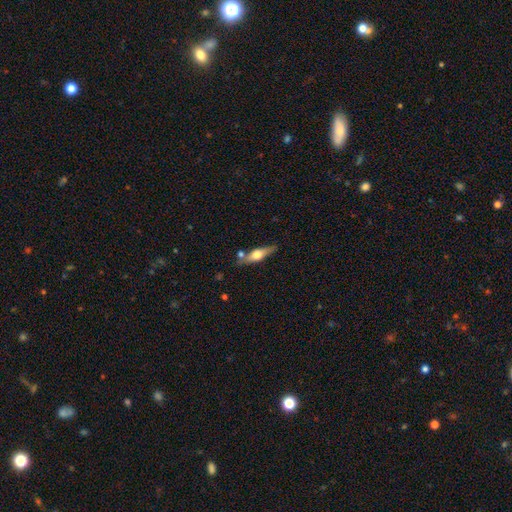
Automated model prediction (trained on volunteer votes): Smooth or featured? featured or disk (56%)
Edge-on disk? yes (91%)
Edge-on bulge? rounded (93%)
Merging? none (73%)